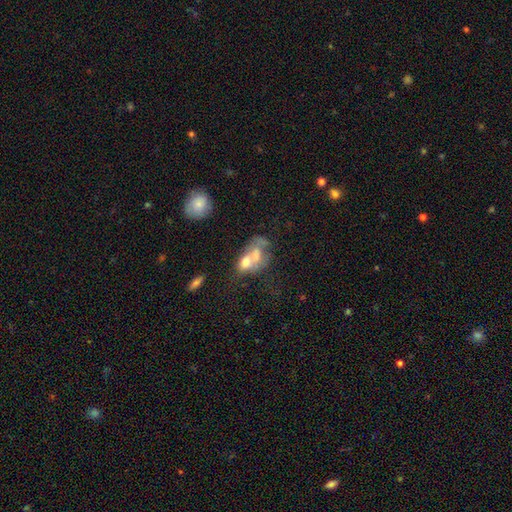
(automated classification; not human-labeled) smooth-or-featured: smooth: 51% | featured or disk: 38% | star or artifact: 11%
  how-rounded: in between: 72% | round: 25% | cigar-shaped: 3%
  merging: merger: 65% | none: 14% | major disturbance: 13% | minor disturbance: 9%